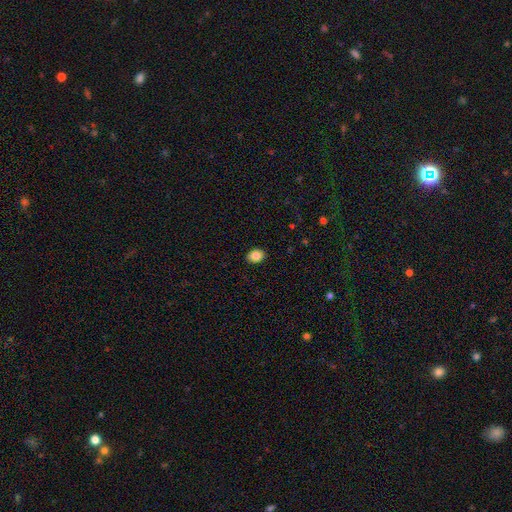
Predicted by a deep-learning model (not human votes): smooth 86%, star or artifact 8%, featured or disk 6%. Down the decision tree: how rounded — in between (66%); merging — none (89%).